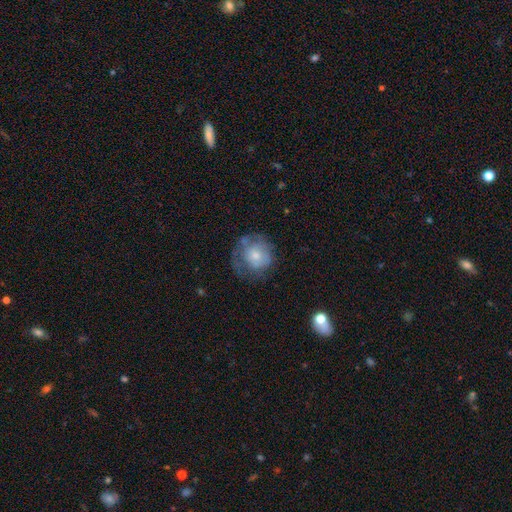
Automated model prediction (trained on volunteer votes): This is possibly a smooth galaxy (59%). How rounded: clearly round (85%). Merging: possibly none (49%).